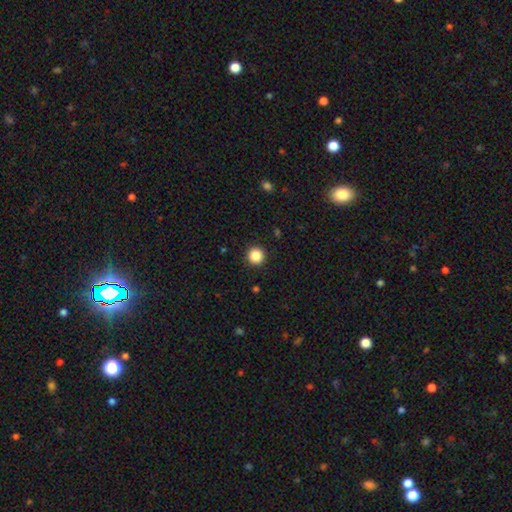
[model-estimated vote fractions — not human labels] This appears to be a smooth galaxy with no disk features (87%) that is round (96%). Merging: none (93%).